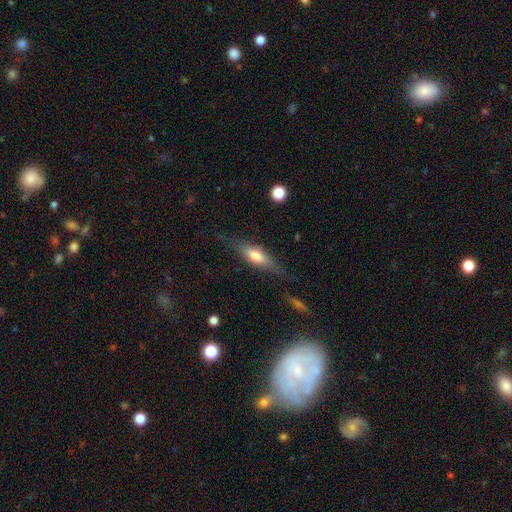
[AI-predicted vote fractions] Overall: smooth (53%; featured or disk 39%). How rounded: cigar-shaped (57%; in between 40%). Merging: none (74%).